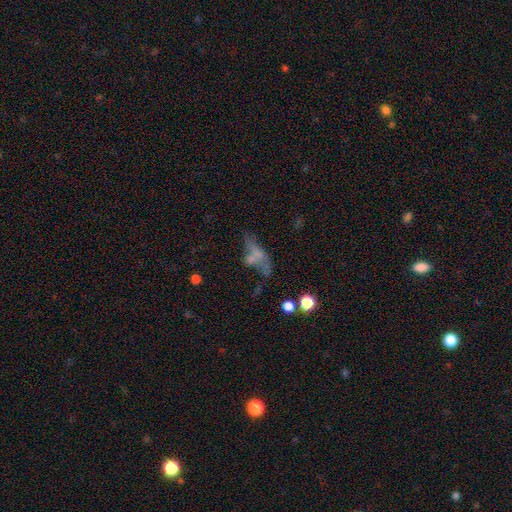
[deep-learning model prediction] This appears to be a smooth galaxy with no disk features (46%). Merging: none (29%).